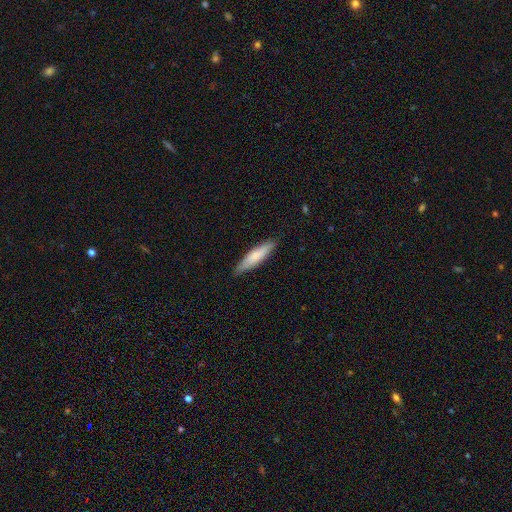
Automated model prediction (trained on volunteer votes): Smooth or featured? smooth (74%)
How rounded? cigar-shaped (80%)
Merging? none (86%)